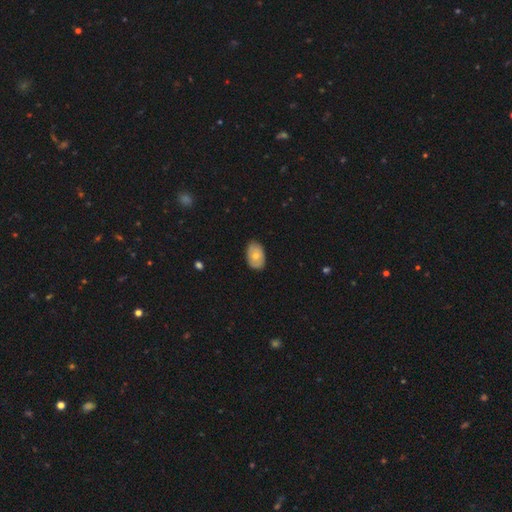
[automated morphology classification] Smooth or featured?
  - smooth: 64% *
  - featured or disk: 29%
  - star or artifact: 7%
How rounded?
  - in between: 88% *
  - round: 11%
  - cigar-shaped: 1%
Merging?
  - none: 85% *
  - minor disturbance: 12%
  - major disturbance: 2%
  - merger: 1%